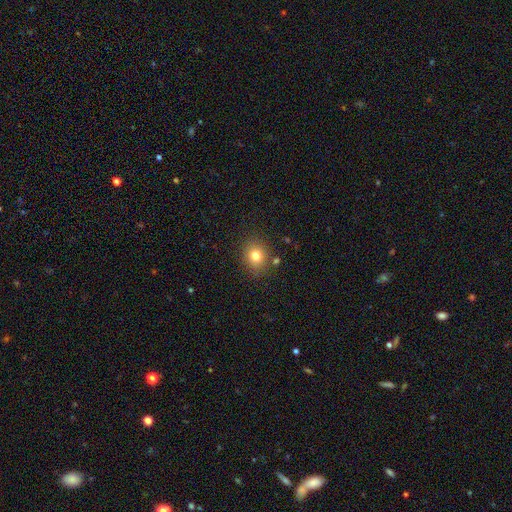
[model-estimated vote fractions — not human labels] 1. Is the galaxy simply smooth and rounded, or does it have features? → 79% smooth, 13% star or artifact, 8% featured or disk.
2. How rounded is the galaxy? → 76% round, 23% in between, 1% cigar-shaped.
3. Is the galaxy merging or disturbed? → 83% none, 10% minor disturbance, 4% merger, 3% major disturbance.